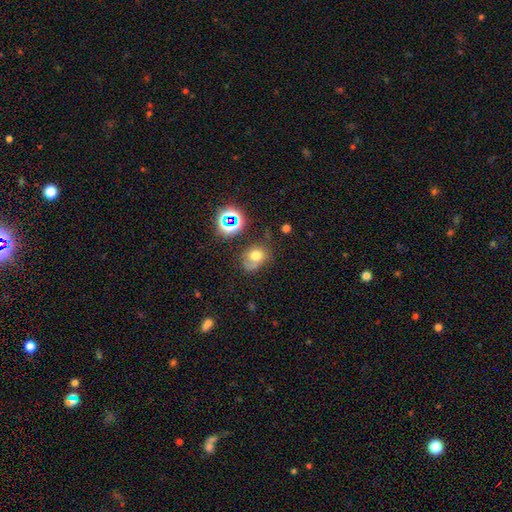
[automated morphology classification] This appears to be a smooth galaxy with no disk features (66%) that is round (52%). Merging: none (53%).